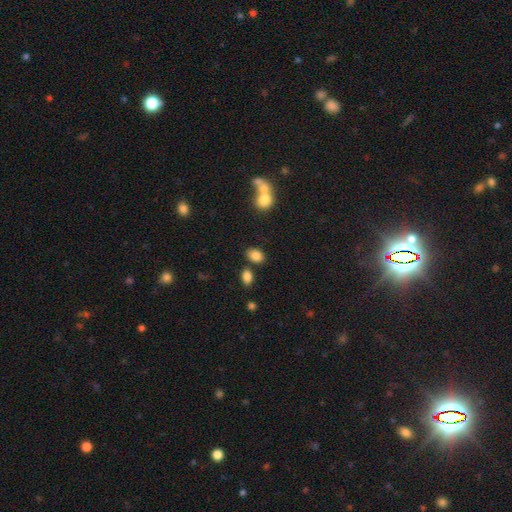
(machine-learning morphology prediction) Smooth or featured?
  - smooth: 85% *
  - star or artifact: 9%
  - featured or disk: 6%
How rounded?
  - in between: 79% *
  - round: 19%
  - cigar-shaped: 1%
Merging?
  - none: 72% *
  - merger: 13%
  - minor disturbance: 11%
  - major disturbance: 4%